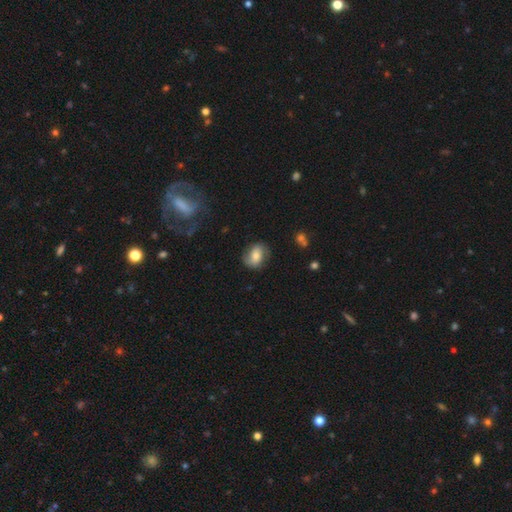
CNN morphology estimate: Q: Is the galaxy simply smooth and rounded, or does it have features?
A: smooth — 52%.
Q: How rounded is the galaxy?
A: in between — 58%.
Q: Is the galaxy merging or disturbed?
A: none — 73%.